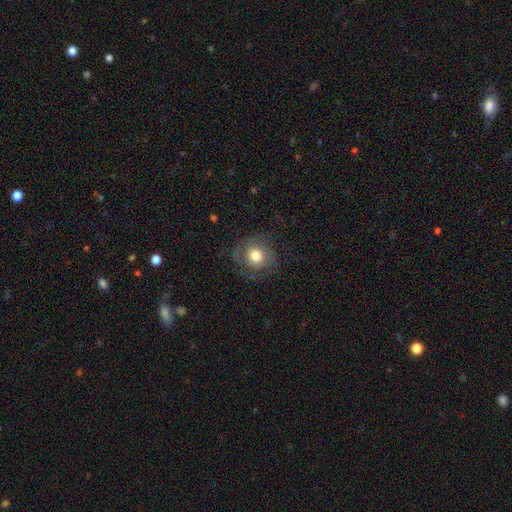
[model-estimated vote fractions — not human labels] Overall: smooth (56%; featured or disk 35%). How rounded: round (86%). Merging: none (68%).